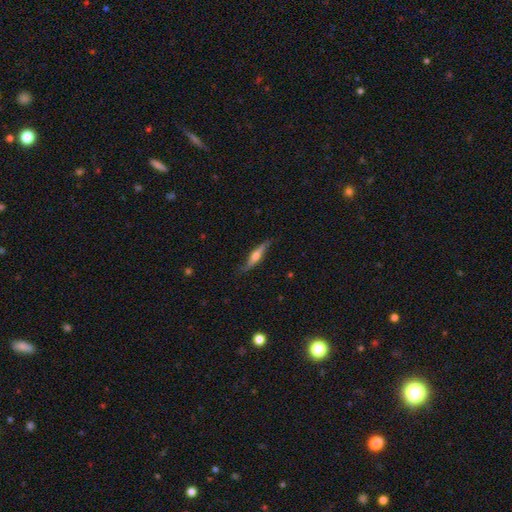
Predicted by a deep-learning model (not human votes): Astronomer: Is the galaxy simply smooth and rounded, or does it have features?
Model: featured or disk — 60%.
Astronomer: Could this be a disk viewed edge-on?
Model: yes — 87%.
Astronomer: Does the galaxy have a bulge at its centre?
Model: rounded — 86%.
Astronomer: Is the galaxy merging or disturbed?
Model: none — 74%.